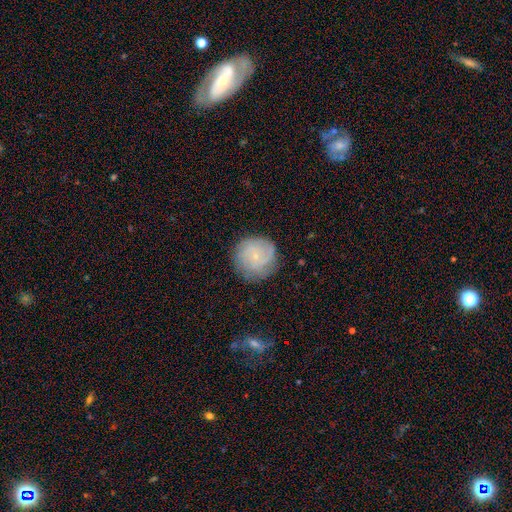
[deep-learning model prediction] A featured or disk galaxy (57%) with no bar (77%), spiral arms (89%) and a small central bulge (83%).

Vote fractions:
- Smooth or featured? featured or disk: 57% / smooth: 35% / star or artifact: 8%
- Edge-on disk? no: 98% / yes: 2%
- Bar? no: 77% / weak: 20% / strong: 3%
- Spiral arms? yes: 89% / no: 11%
- Bulge size? small: 83% / moderate: 10% / none: 5% / large: 1% / dominant: 1%
- Merging? none: 81% / minor disturbance: 13% / major disturbance: 4% / merger: 1%